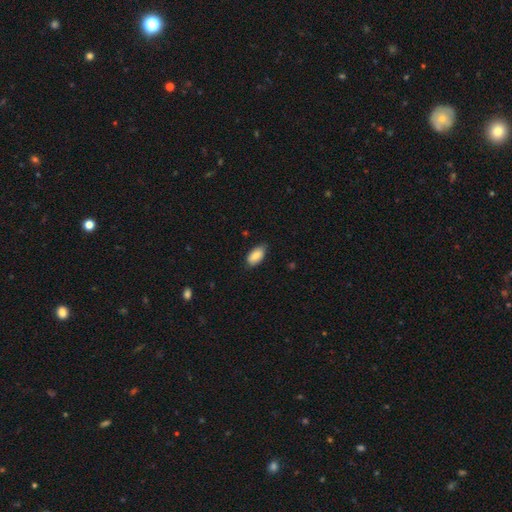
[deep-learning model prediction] A smooth galaxy with no disk features (86%) that is in between round and cigar-shaped (93%). Merging: none (76%).